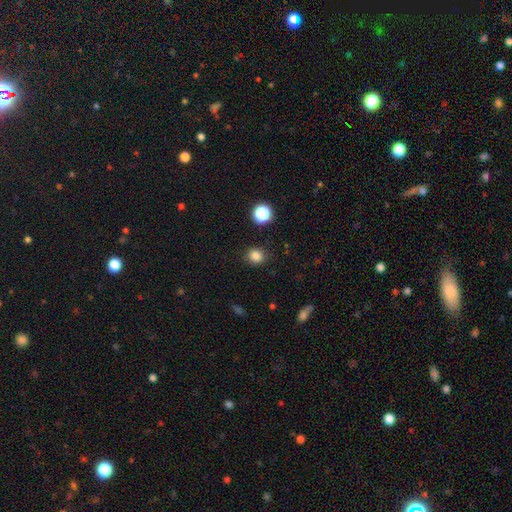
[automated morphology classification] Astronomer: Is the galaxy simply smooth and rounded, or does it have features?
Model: smooth — 83%.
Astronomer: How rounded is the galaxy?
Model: round — 75%.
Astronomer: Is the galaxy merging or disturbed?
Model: none — 86%.